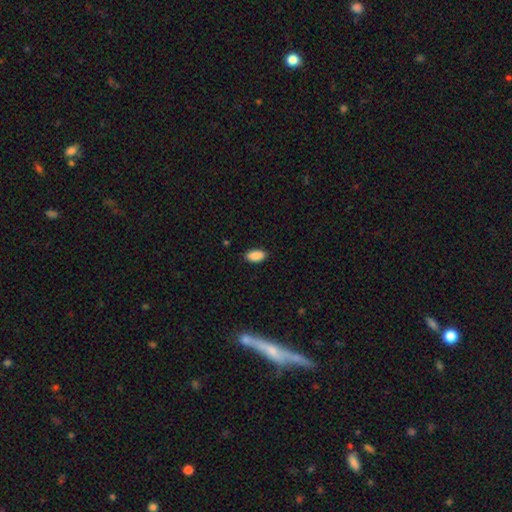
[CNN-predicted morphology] A smooth galaxy with no disk features (90%) that is in between round and cigar-shaped (94%).

Vote fractions:
- Smooth or featured? smooth: 90% / star or artifact: 7% / featured or disk: 3%
- How rounded? in between: 94% / round: 3% / cigar-shaped: 3%
- Merging? none: 88% / minor disturbance: 9% / major disturbance: 2% / merger: 1%